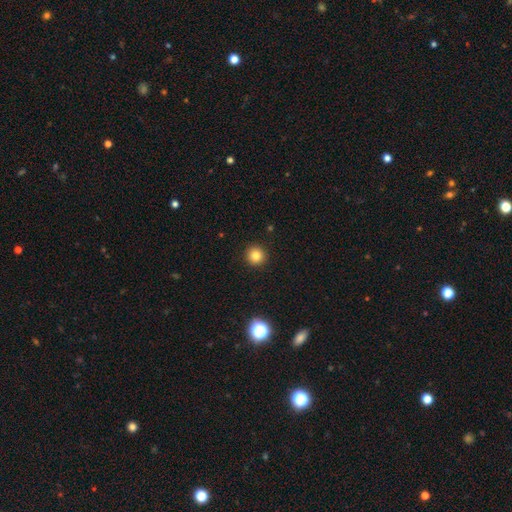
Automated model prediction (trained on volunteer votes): This appears to be a smooth galaxy with no disk features (82%) that is round (95%). Merging: none (93%).